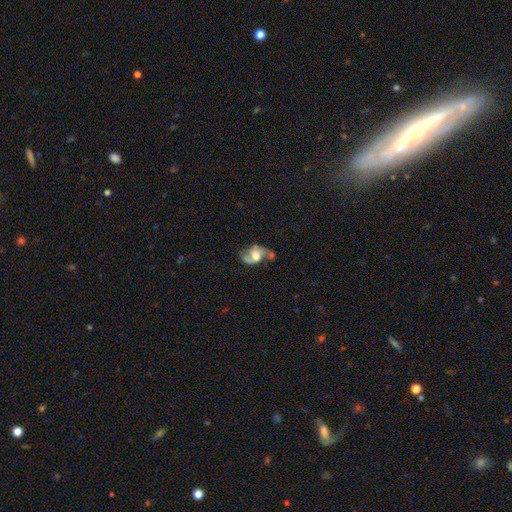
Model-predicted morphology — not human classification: type=featured or disk (75%); edge-on=no (96%); bar=no (52%); spiral arms=yes (89%); winding=loose (54%); arm count=2 (87%); bulge=moderate (52%); merging=none (47%).